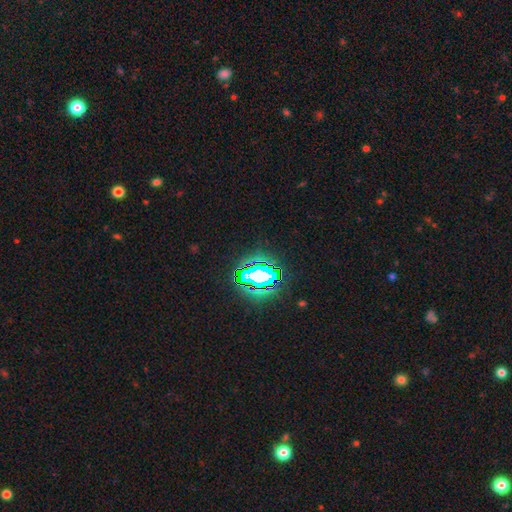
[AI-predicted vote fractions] smooth-or-featured: star or artifact: 82% | smooth: 12% | featured or disk: 7%